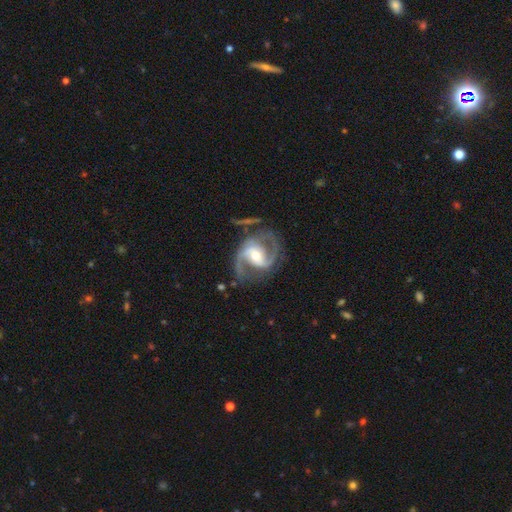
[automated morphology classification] This appears to be a featured or disk galaxy (91%) with a weak bar (40%), 2 (90%) medium (57%) spiral arms (97%) and a moderate central bulge (63%). Merging: none (70%).